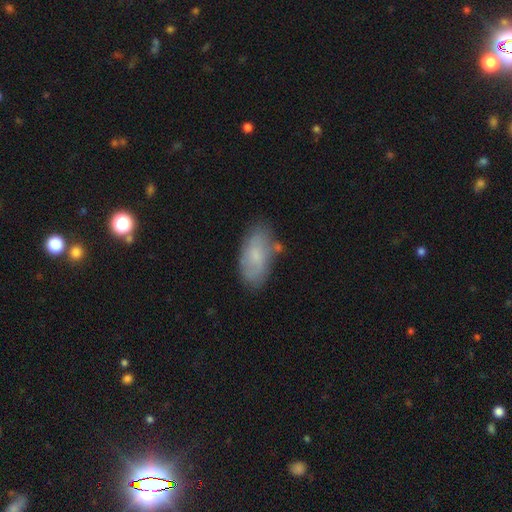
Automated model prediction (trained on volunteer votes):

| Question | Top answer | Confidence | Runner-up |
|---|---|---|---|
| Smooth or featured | smooth | 60% | featured or disk (32%) |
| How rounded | in between | 91% | cigar-shaped (5%) |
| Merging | none | 69% | minor disturbance (21%) |